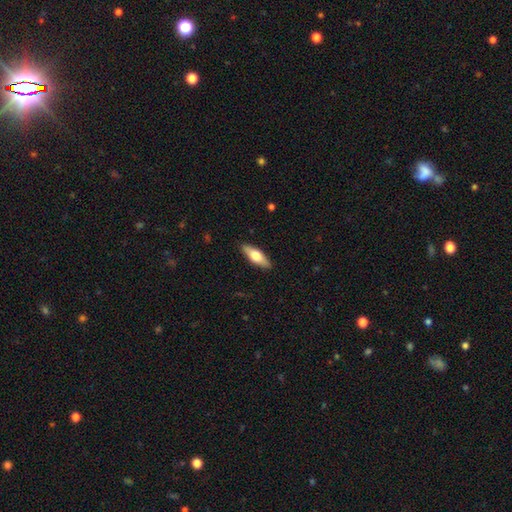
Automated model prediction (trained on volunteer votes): Smooth or featured? smooth (62%)
How rounded? in between (59%)
Merging? none (89%)